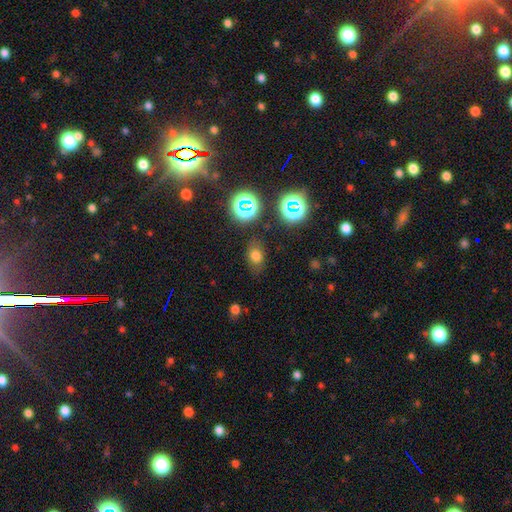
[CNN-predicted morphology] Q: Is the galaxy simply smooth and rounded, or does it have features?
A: smooth — 70%.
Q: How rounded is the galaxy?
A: in between — 68%.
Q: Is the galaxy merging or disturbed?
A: none — 77%.